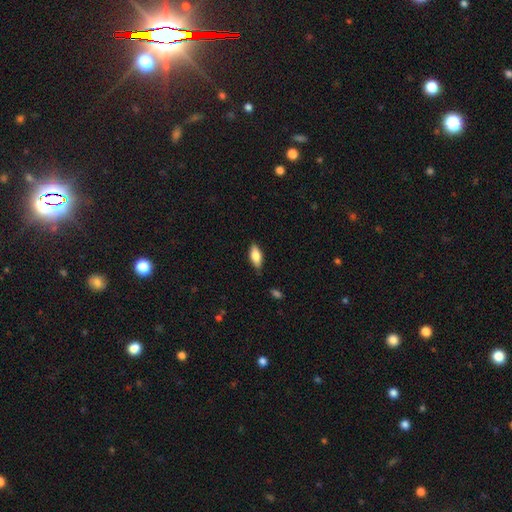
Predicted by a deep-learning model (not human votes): This appears to be a smooth galaxy with no disk features (72%) that is in between round and cigar-shaped (82%). Merging: none (82%).